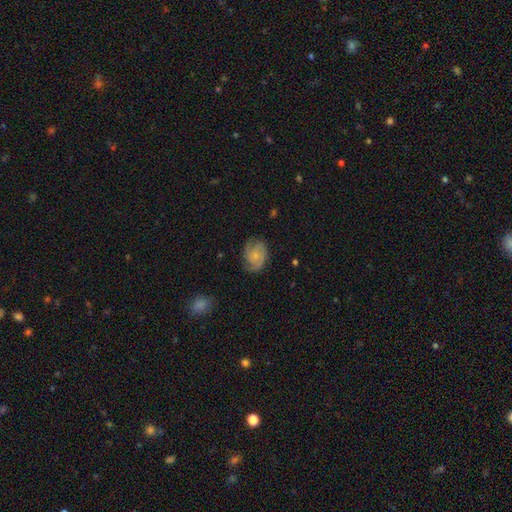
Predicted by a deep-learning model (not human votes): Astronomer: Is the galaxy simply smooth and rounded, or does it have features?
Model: featured or disk — 65%.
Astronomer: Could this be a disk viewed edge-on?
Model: no — 98%.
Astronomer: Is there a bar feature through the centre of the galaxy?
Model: no — 75%.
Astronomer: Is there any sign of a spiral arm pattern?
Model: yes — 92%.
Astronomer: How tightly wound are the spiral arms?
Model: tight — 45% (runner-up: medium, 42%).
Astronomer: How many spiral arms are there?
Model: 2 — 36% (runner-up: 3, 28%).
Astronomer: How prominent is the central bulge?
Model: small — 66%.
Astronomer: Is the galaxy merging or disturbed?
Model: none — 70%.